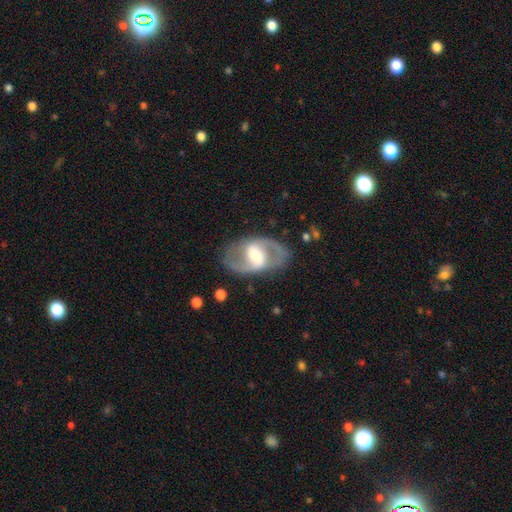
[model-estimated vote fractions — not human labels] This appears to be a featured or disk galaxy (81%) with a strong bar (42%), 2 (90%) medium (52%) spiral arms (81%) and a moderate central bulge (58%). Merging: none (82%).